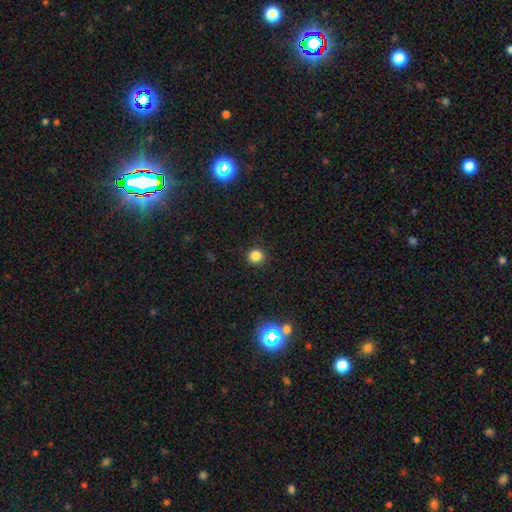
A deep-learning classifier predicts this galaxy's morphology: A smooth galaxy with no disk features (82%) that is round (94%). Merging: none (92%).